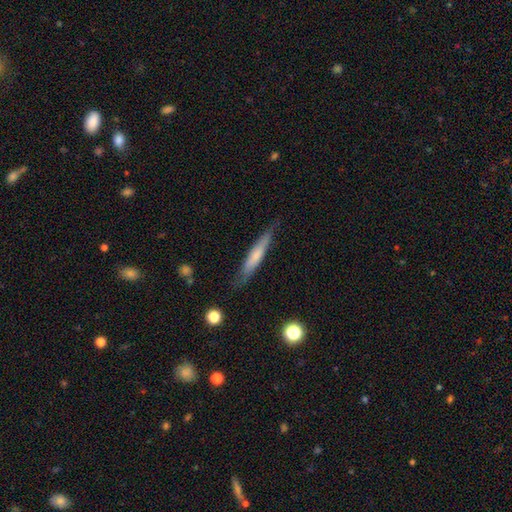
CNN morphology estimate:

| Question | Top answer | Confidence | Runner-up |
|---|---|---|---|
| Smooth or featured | smooth | 58% | featured or disk (37%) |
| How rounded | cigar-shaped | 92% | in between (6%) |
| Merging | none | 80% | minor disturbance (16%) |